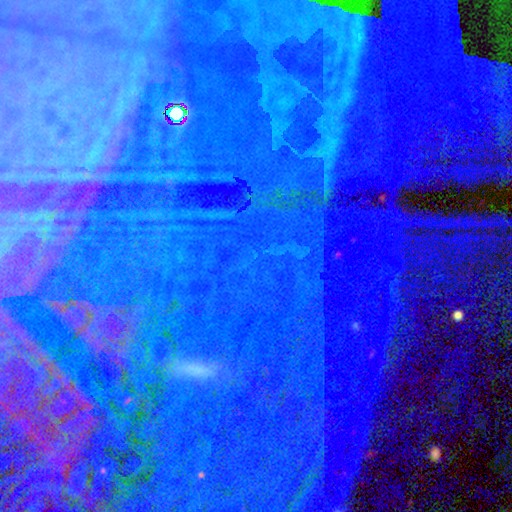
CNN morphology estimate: The model was most divided on "smooth or featured": star or artifact: 84%, featured or disk: 9%, smooth: 7%.